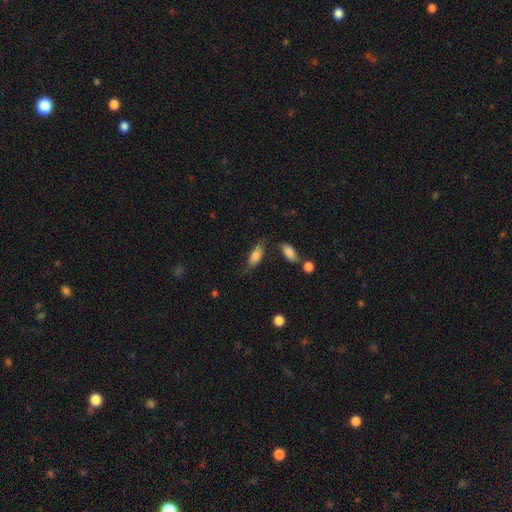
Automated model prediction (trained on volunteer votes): Overall: smooth (77%). How rounded: in between (78%). Merging: none (62%; minor disturbance 24%).